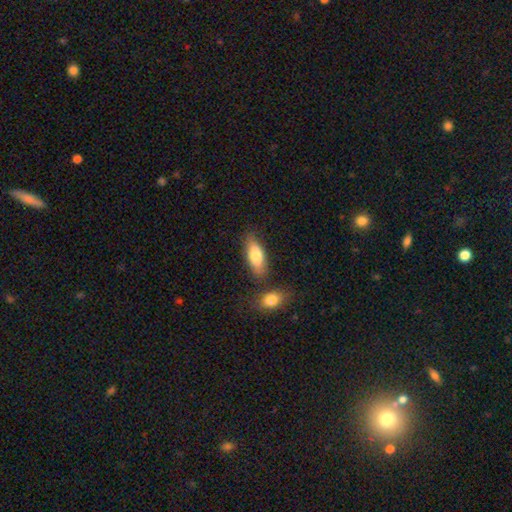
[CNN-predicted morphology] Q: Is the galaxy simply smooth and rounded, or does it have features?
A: smooth — 79%.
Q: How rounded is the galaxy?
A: in between — 77%.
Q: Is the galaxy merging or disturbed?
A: none — 72%.